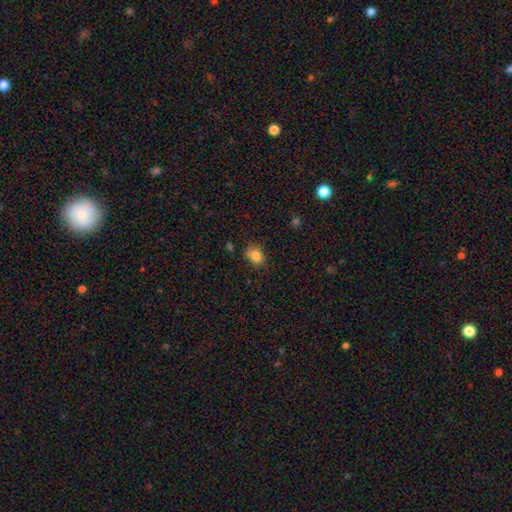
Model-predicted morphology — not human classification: This is clearly a smooth galaxy (84%). How rounded: possibly round (50%). Merging: likely none (71%).